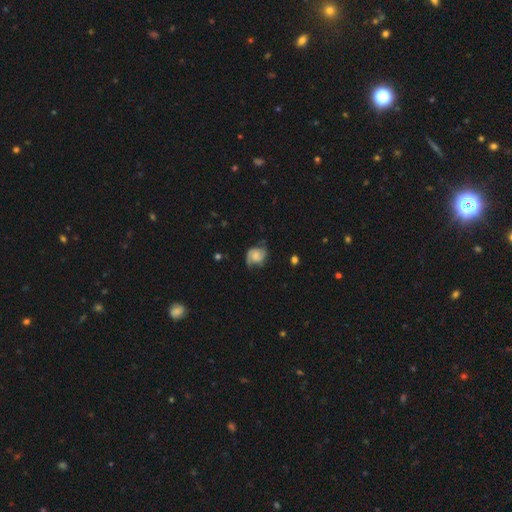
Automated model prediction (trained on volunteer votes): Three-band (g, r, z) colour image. It shows a featured or disk galaxy (59%) with no bar (69%), 2 (79%) medium (44%) spiral arms (90%) and a small central bulge (39%). Merging: none (60%).